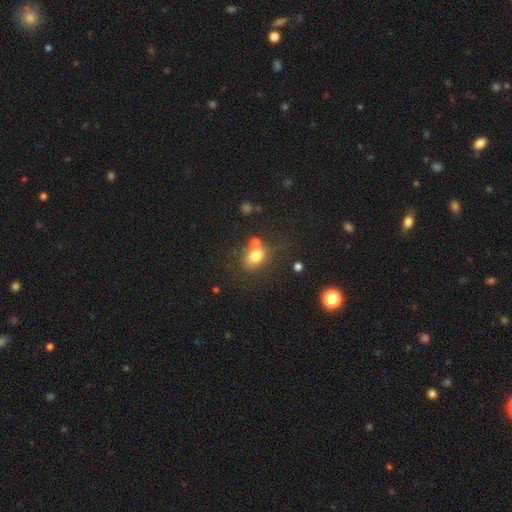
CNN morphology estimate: Smooth or featured? smooth (74%)
How rounded? in between (60%)
Merging? none (53%)